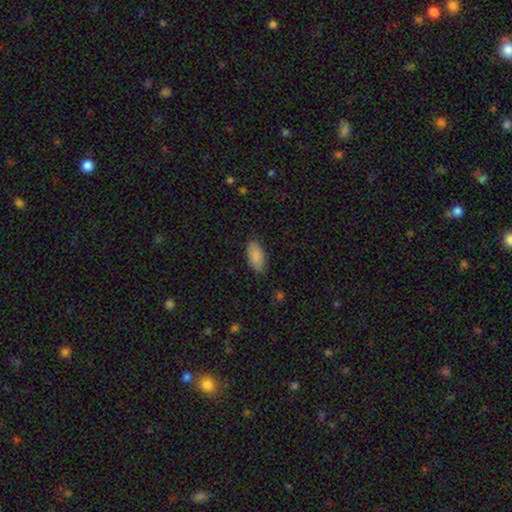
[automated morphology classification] Smooth or featured: smooth — 88% (star or artifact — 7%)
How rounded: in between — 93% (cigar-shaped — 5%)
Merging: none — 79% (minor disturbance — 16%)